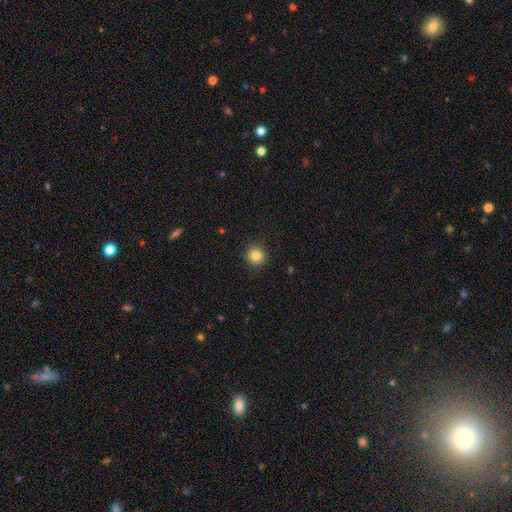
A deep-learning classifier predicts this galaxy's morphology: Smooth or featured: smooth — 85% (star or artifact — 11%)
How rounded: round — 93% (in between — 6%)
Merging: none — 90% (minor disturbance — 7%)